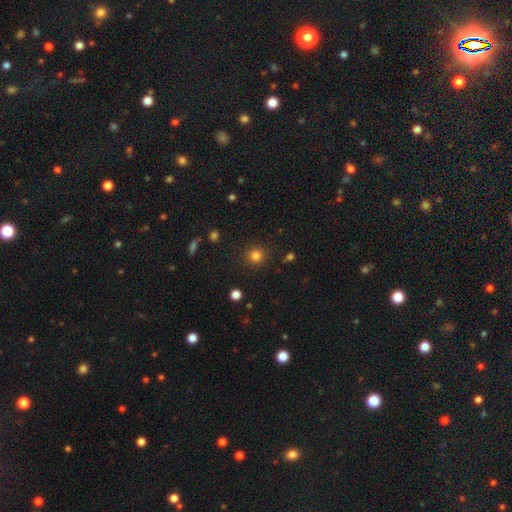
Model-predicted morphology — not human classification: A smooth galaxy with no disk features (82%) that is round (93%). Merging: none (90%).